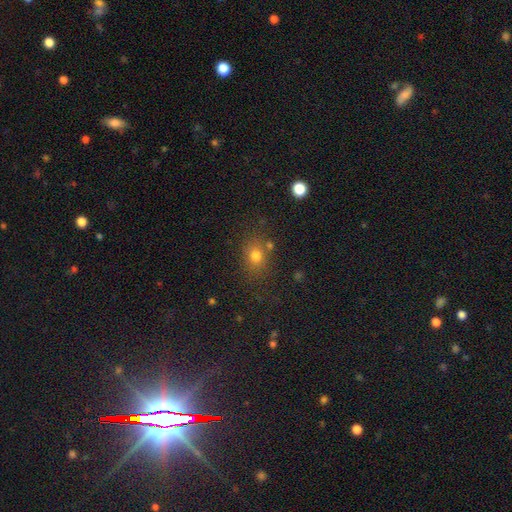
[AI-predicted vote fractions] smooth 75%, star or artifact 16%, featured or disk 9%. Down the decision tree: how rounded — round (62%); merging — none (75%).